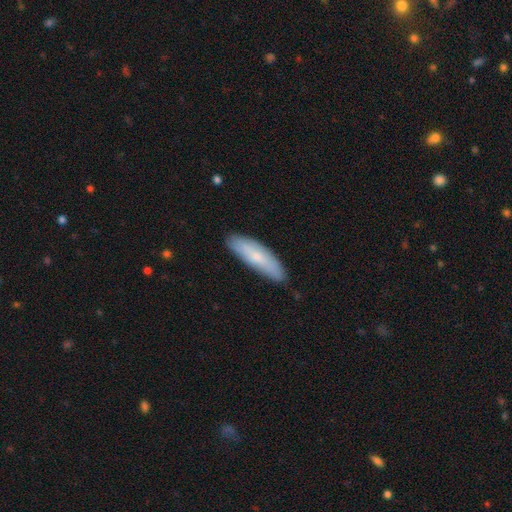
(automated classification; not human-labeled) smooth 69%, featured or disk 25%, star or artifact 7%. Down the decision tree: how rounded — cigar-shaped (61%); merging — none (84%).